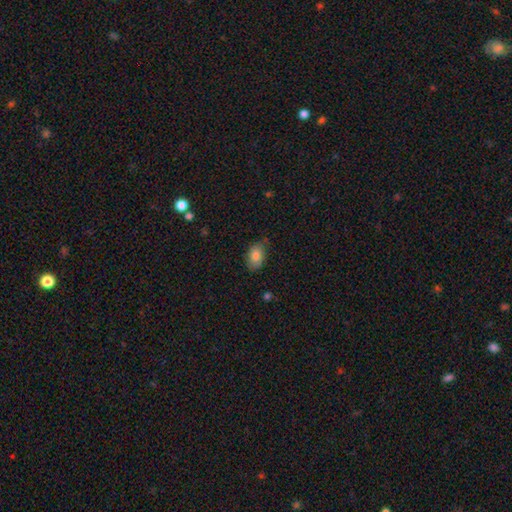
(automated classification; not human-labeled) Q: Smooth or featured?
A: smooth (83%); runner-up: featured or disk (10%)
Q: How rounded?
A: in between (88%); runner-up: round (11%)
Q: Merging?
A: none (73%); runner-up: minor disturbance (22%)